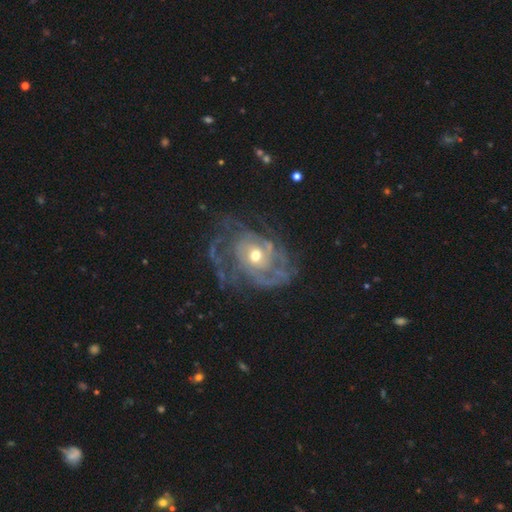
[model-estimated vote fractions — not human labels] featured or disk 86%, smooth 8%, star or artifact 6%. Down the decision tree: edge-on disk — no (97%); bar — no (77%); spiral arms — yes (89%); spiral arm count — can't tell (37%); spiral winding — tight (53%); bulge size — moderate (63%); merging — none (55%).